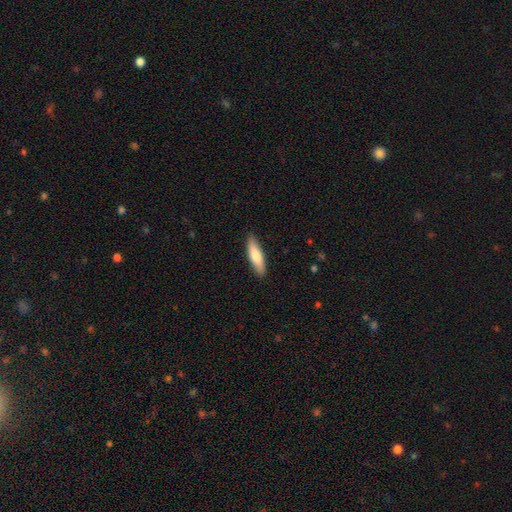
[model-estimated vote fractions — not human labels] A smooth galaxy with no disk features (76%) that is cigar-shaped (63%).

Vote fractions:
- Smooth or featured? smooth: 76% / featured or disk: 19% / star or artifact: 5%
- How rounded? cigar-shaped: 63% / in between: 36% / round: 2%
- Merging? none: 88% / minor disturbance: 9% / major disturbance: 2% / merger: 1%